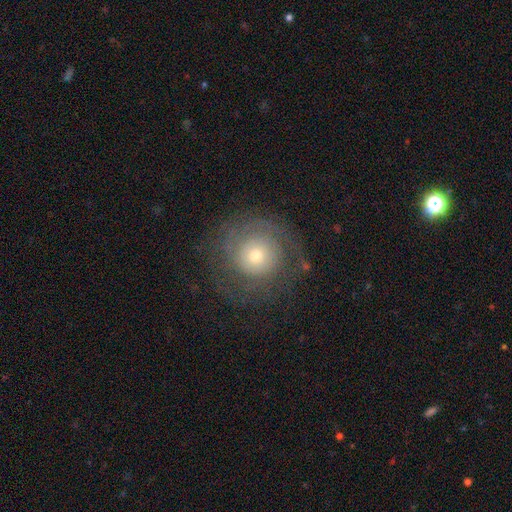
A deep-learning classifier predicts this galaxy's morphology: Overall: featured or disk (52%; smooth 38%). Edge-on disk: no (97%). Merging: none (71%).